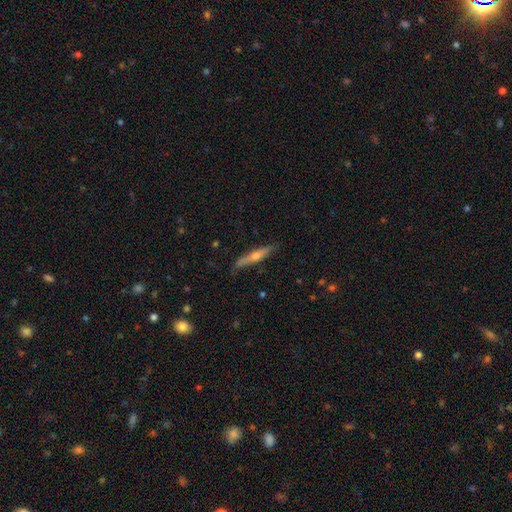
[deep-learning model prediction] featured or disk 58%, smooth 35%, star or artifact 6%. Down the decision tree: edge-on disk — yes (95%); edge-on bulge — rounded (87%); merging — none (85%).